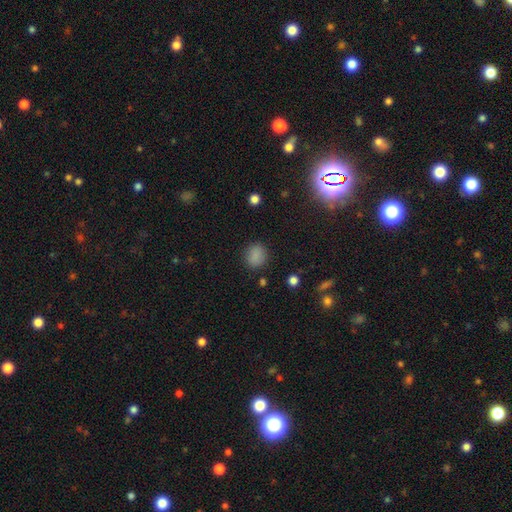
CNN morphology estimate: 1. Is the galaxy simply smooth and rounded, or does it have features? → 84% smooth, 11% star or artifact, 4% featured or disk.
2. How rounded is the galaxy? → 71% round, 28% in between, 1% cigar-shaped.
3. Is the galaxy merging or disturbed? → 86% none, 10% minor disturbance, 3% major disturbance, 1% merger.